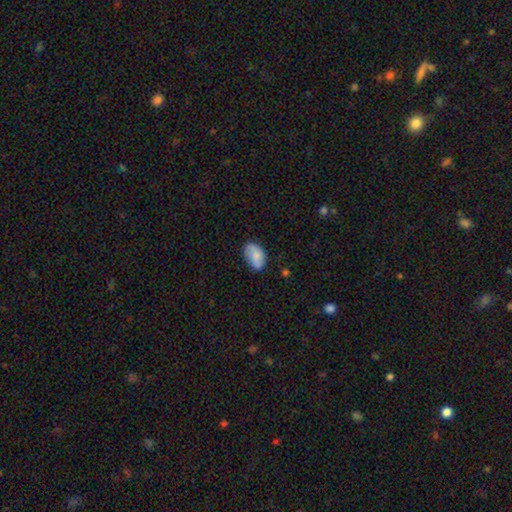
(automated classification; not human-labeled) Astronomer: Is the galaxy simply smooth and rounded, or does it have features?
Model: smooth — 76%.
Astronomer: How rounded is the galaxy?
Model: in between — 90%.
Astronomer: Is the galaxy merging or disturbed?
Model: none — 67%.